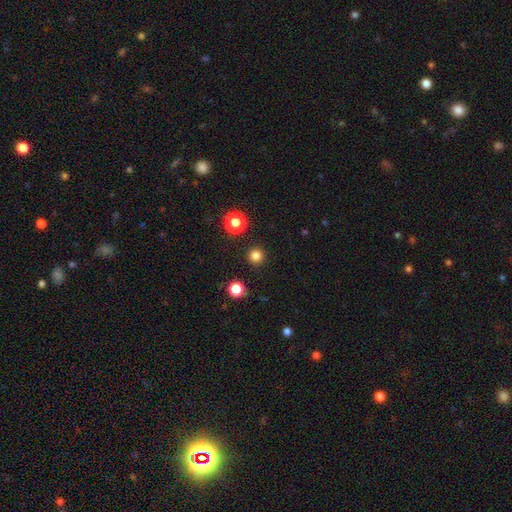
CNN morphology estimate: This is clearly a smooth galaxy (82%). How rounded: clearly round (96%). Merging: clearly none (92%).